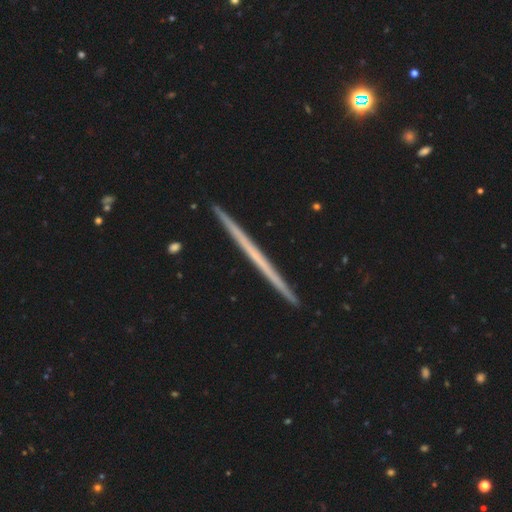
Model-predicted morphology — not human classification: Overall: featured or disk (65%; smooth 29%). Edge-on disk: yes (98%). Edge-on bulge: none (92%). Merging: none (93%).